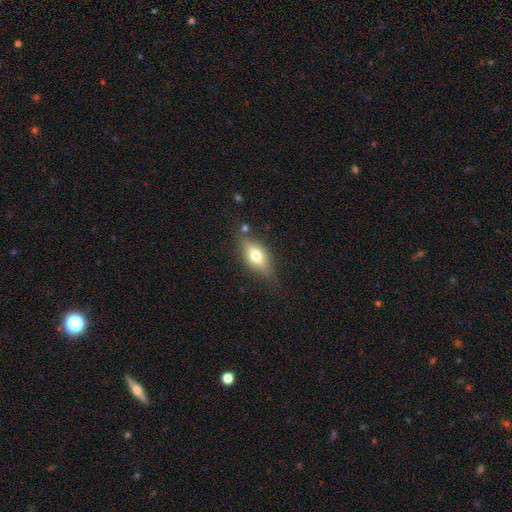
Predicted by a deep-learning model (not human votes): This is likely a smooth galaxy (61%). How rounded: likely in between (77%). Merging: likely none (72%).